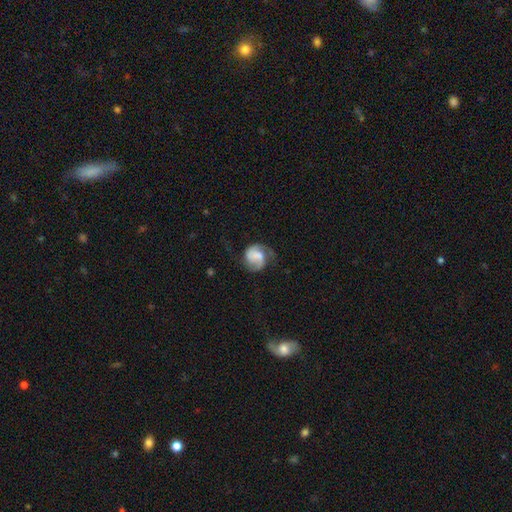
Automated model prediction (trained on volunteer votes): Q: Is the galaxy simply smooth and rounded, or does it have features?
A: featured or disk — 54%.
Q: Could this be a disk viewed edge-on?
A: no — 98%.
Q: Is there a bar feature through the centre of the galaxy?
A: no — 45%.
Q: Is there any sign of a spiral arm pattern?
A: yes — 87%.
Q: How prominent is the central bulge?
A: none — 33%.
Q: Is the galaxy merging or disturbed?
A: none — 50%.